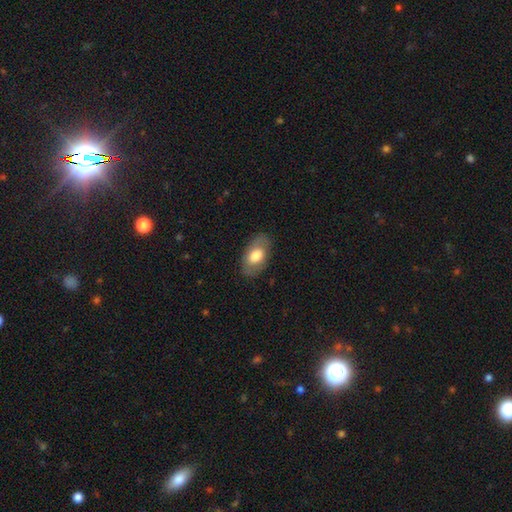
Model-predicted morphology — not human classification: Smooth or featured?
  - smooth: 67% *
  - featured or disk: 27%
  - star or artifact: 6%
How rounded?
  - in between: 92% *
  - round: 6%
  - cigar-shaped: 2%
Merging?
  - none: 81% *
  - minor disturbance: 13%
  - major disturbance: 4%
  - merger: 1%